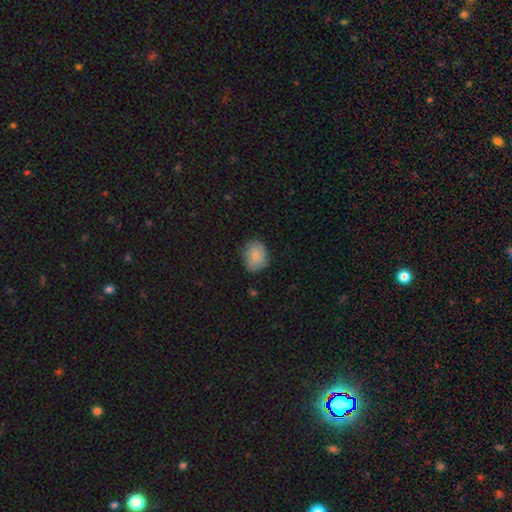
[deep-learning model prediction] Smooth or featured? Predicted: smooth (p=0.71). How rounded? Predicted: round (p=0.54). Merging? Predicted: none (p=0.68).